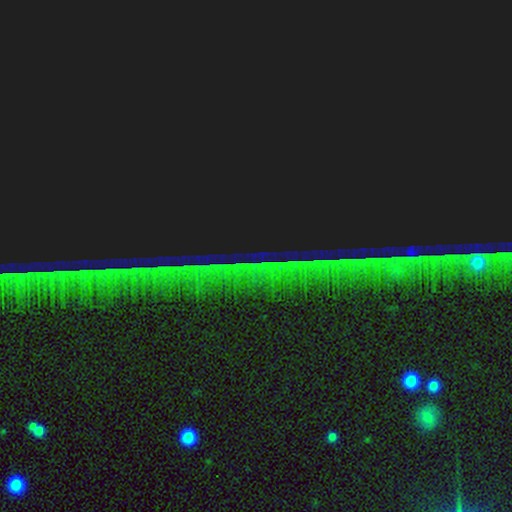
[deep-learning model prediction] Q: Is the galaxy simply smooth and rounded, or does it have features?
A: star or artifact — 87%.